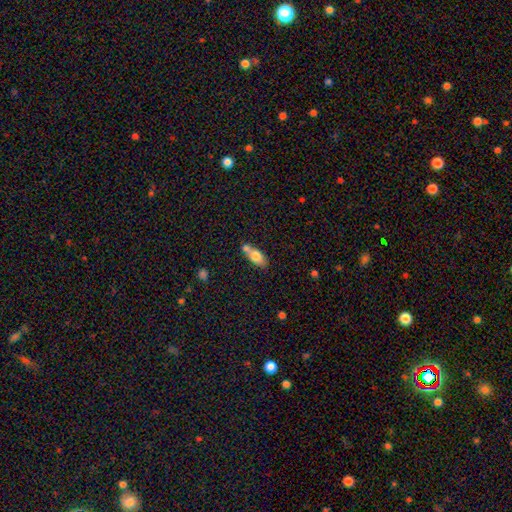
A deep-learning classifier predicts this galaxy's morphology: Smooth or featured? smooth (73%)
How rounded? in between (81%)
Merging? merger (40%, tied with none)